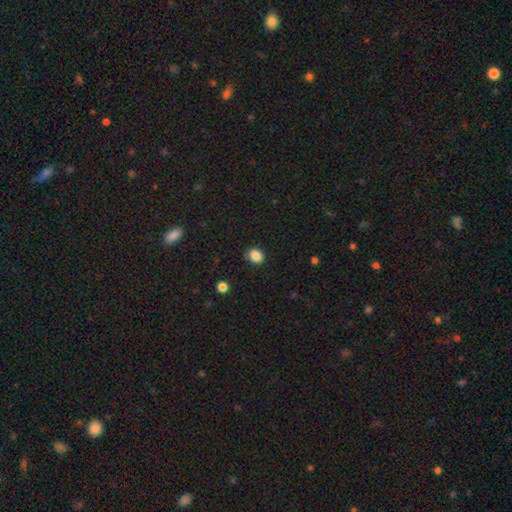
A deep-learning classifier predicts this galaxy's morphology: Q: Smooth or featured?
A: smooth (86%); runner-up: star or artifact (10%)
Q: How rounded?
A: round (56%); runner-up: in between (44%)
Q: Merging?
A: none (83%); runner-up: minor disturbance (13%)